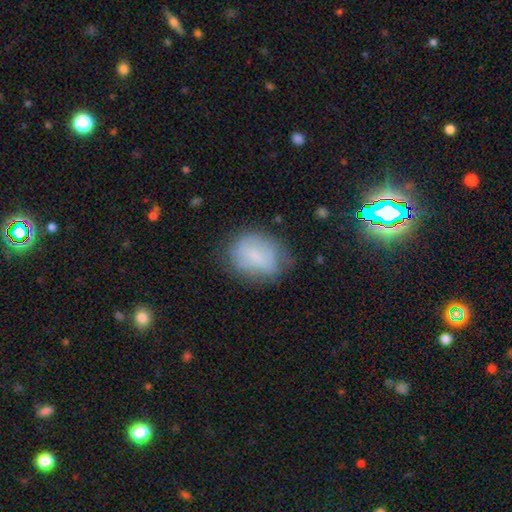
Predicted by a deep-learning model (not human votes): A smooth galaxy with no disk features (64%) that is in between round and cigar-shaped (62%). Merging: none (61%).